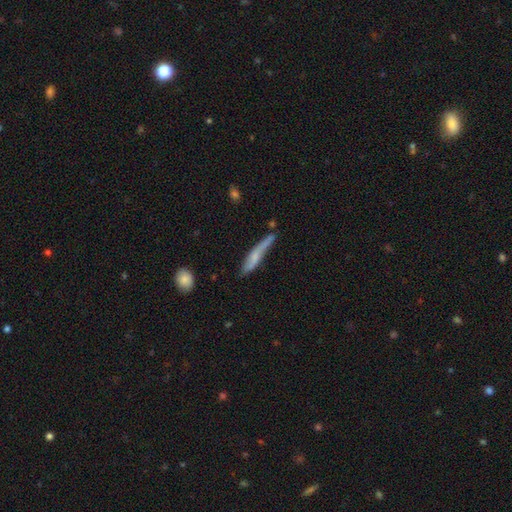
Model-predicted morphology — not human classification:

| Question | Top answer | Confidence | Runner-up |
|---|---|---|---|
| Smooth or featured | smooth | 47% | featured or disk (46%) |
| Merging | none | 54% | minor disturbance (30%) |